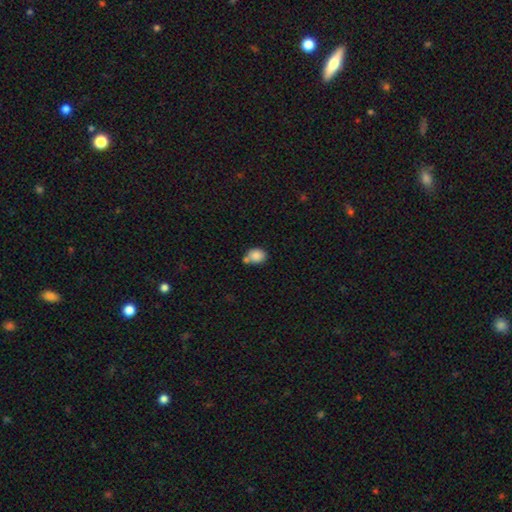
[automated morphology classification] This appears to be a smooth galaxy with no disk features (85%) that is round (58%). Merging: none (51%).